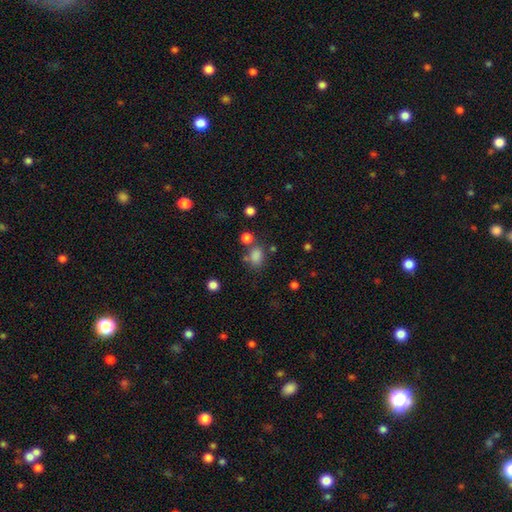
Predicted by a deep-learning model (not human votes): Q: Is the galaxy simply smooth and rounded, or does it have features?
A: smooth — 80%.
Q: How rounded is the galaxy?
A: in between — 64%.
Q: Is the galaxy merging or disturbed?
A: none — 64%.